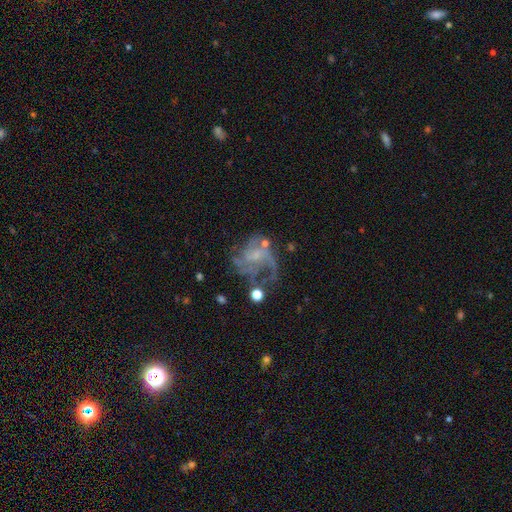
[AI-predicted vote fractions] smooth-or-featured: featured or disk: 75% | smooth: 13% | star or artifact: 12%
  disk-edge-on: no: 98% | yes: 2%
    bar: no: 62% | weak: 32% | strong: 6%
    has-spiral-arms: yes: 81% | no: 19%
      spiral-winding: loose: 40% (tied) | medium: 40% (tied) | tight: 19%
      spiral-arm-count: can't tell: 32% | 3: 23% | 2: 16% | 4: 11% | 1: 11% | more than 4: 7%
    bulge-size: small: 46% | none: 34% | moderate: 17% | large: 2% | dominant: 1%
  merging: none: 38% | major disturbance: 37% | minor disturbance: 18% | merger: 7%